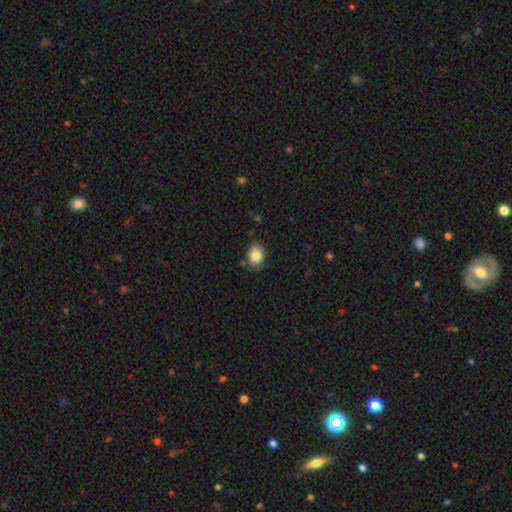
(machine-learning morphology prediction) A smooth galaxy with no disk features (84%) that is in between round and cigar-shaped (69%).

Vote fractions:
- Smooth or featured? smooth: 84% / star or artifact: 8% / featured or disk: 8%
- How rounded? in between: 69% / round: 30% / cigar-shaped: 1%
- Merging? none: 79% / minor disturbance: 15% / merger: 3% / major disturbance: 3%